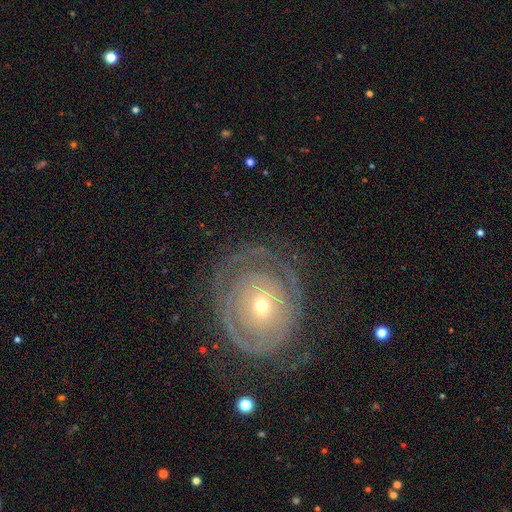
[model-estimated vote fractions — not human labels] The model was most divided on "bulge size": small: 58%, moderate: 37%, large: 3%, dominant: 1%, none: 1%. Remaining: edge-on disk — no (96%); spiral winding — tight (80%); bar — no (78%); smooth or featured — featured or disk (75%); merging — none (75%); spiral arms — yes (74%); spiral arm count — can't tell (47%).